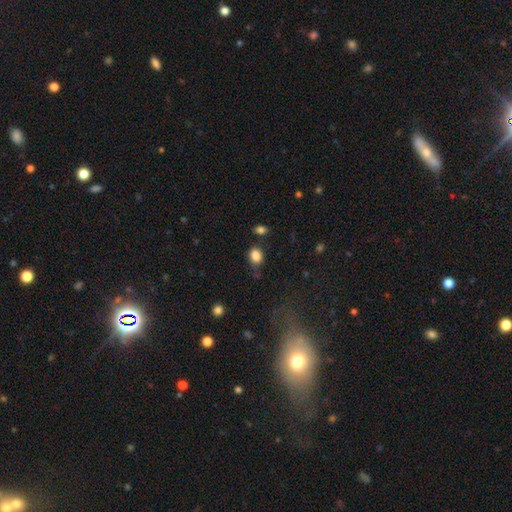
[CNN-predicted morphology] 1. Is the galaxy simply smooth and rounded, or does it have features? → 85% smooth, 10% star or artifact, 5% featured or disk.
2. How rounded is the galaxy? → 63% in between, 36% round, 1% cigar-shaped.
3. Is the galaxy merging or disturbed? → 68% none, 20% minor disturbance, 7% merger, 5% major disturbance.